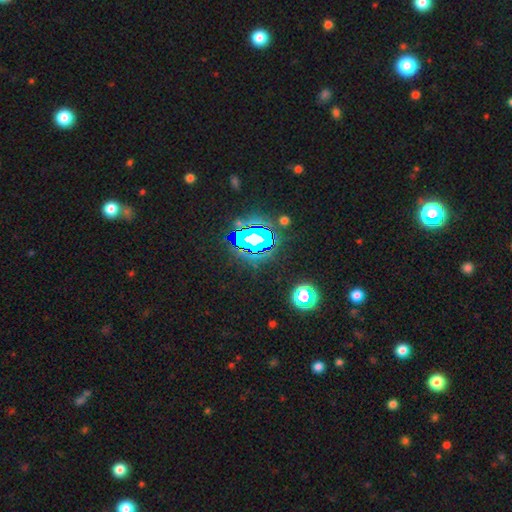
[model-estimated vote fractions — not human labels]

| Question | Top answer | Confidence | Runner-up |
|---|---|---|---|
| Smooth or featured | star or artifact | 82% | smooth (11%) |